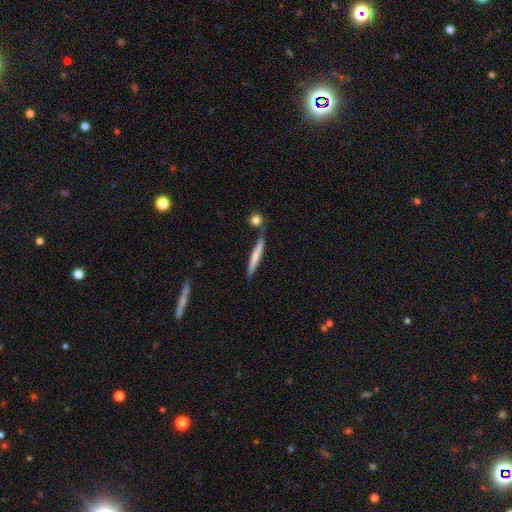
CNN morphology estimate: Smooth or featured?
  - smooth: 62% *
  - featured or disk: 32%
  - star or artifact: 6%
How rounded?
  - cigar-shaped: 93% *
  - in between: 5%
  - round: 2%
Merging?
  - none: 69% *
  - minor disturbance: 15%
  - merger: 12%
  - major disturbance: 4%